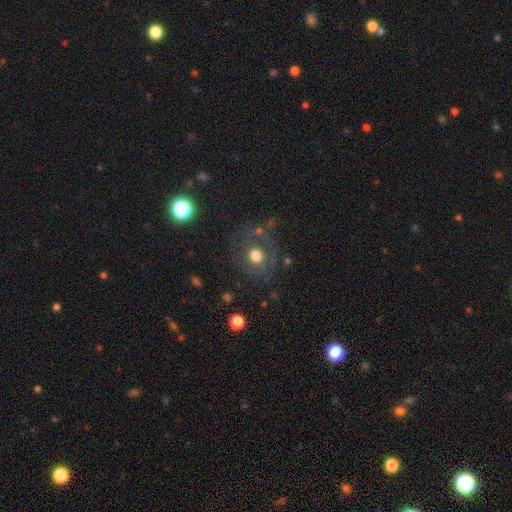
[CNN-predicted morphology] The model was most divided on "smooth or featured": smooth: 62%, featured or disk: 25%, star or artifact: 13%. More confident: how rounded — round (87%); merging — none (71%).